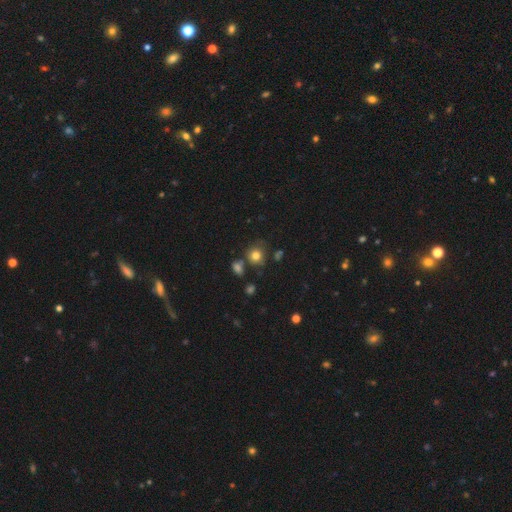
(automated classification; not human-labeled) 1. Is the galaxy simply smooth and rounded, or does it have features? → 79% smooth, 13% star or artifact, 9% featured or disk.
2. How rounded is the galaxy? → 82% round, 17% in between, 1% cigar-shaped.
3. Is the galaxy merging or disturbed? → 67% none, 15% minor disturbance, 12% merger, 5% major disturbance.